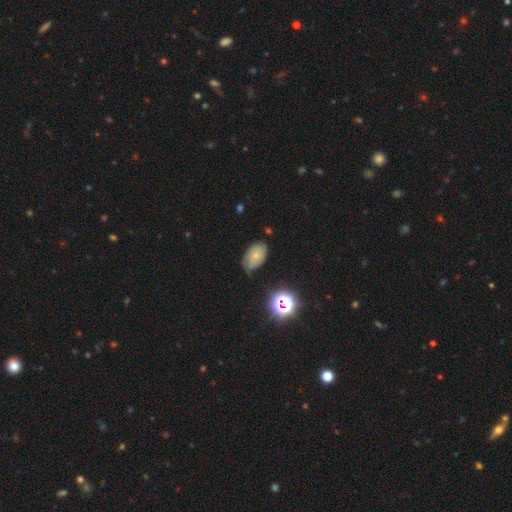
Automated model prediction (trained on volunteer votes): A smooth galaxy with no disk features (51%) that is in between round and cigar-shaped (86%). Merging: none (52%).